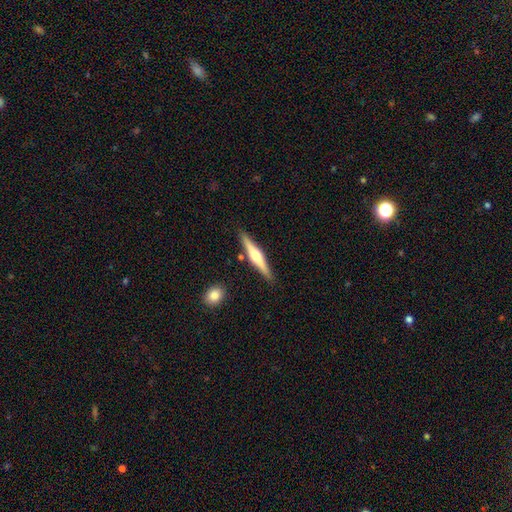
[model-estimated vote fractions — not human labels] Q: Smooth or featured?
A: featured or disk (67%); runner-up: smooth (27%)
Q: Edge-on disk?
A: yes (97%); runner-up: no (3%)
Q: Edge-on bulge?
A: rounded (92%); runner-up: boxy (5%)
Q: Merging?
A: none (87%); runner-up: minor disturbance (8%)